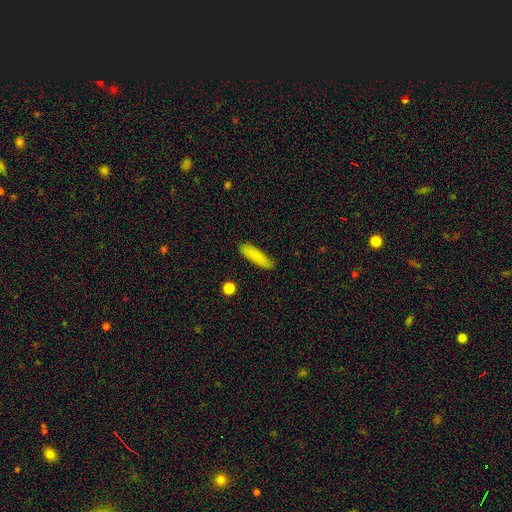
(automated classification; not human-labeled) smooth_or_featured: smooth (p=0.83) [alt: featured or disk p=0.11]
how_rounded: cigar-shaped (p=0.66) [alt: in between p=0.32]
merging: none (p=0.85) [alt: minor disturbance p=0.11]